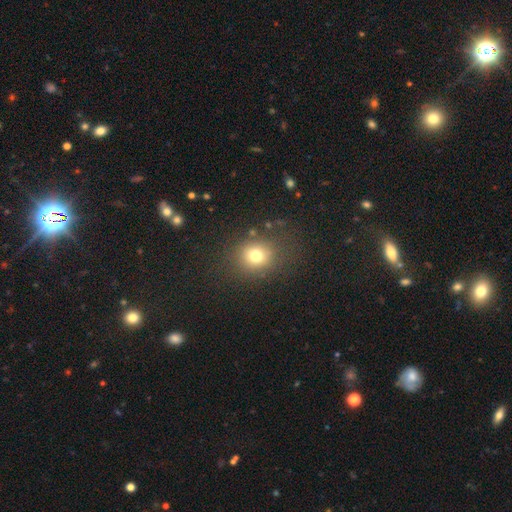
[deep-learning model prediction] Smooth or featured: smooth — 75% (star or artifact — 15%)
How rounded: round — 73% (in between — 26%)
Merging: none — 80% (minor disturbance — 12%)